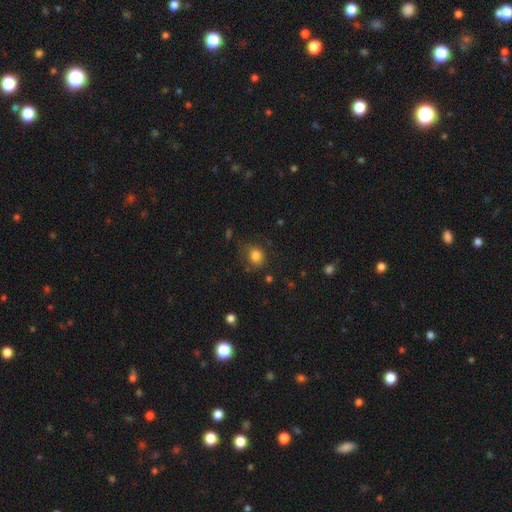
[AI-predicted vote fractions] A smooth galaxy with no disk features (82%) that is round (65%).

Vote fractions:
- Smooth or featured? smooth: 82% / star or artifact: 11% / featured or disk: 7%
- How rounded? round: 65% / in between: 34% / cigar-shaped: 1%
- Merging? none: 67% / minor disturbance: 22% / major disturbance: 9% / merger: 2%